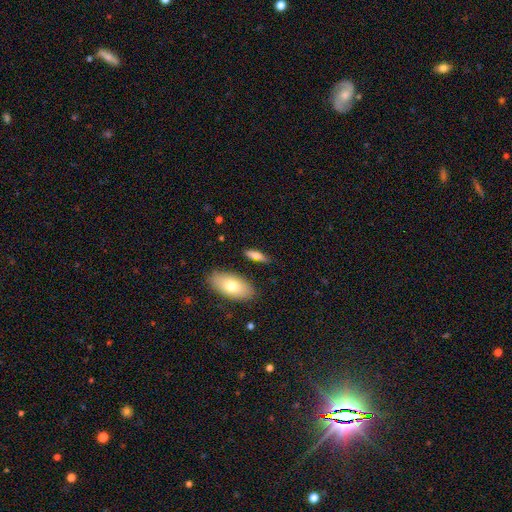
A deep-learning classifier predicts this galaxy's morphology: smooth_or_featured: smooth (p=0.70) [alt: featured or disk p=0.22]
how_rounded: in between (p=0.53) [alt: cigar-shaped p=0.42]
merging: none (p=0.80) [alt: minor disturbance p=0.12]